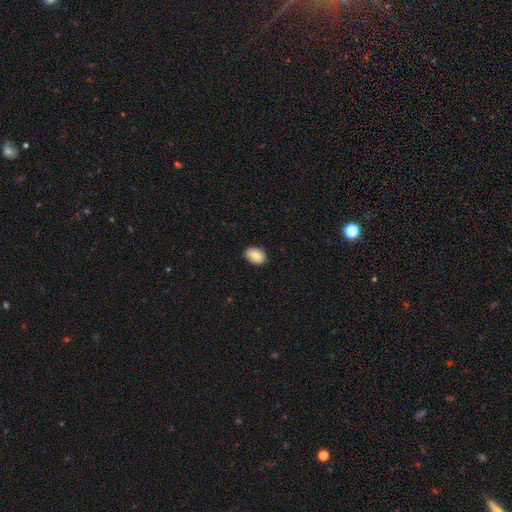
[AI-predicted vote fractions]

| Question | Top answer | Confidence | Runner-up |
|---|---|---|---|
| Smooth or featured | smooth | 85% | featured or disk (8%) |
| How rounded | in between | 79% | round (20%) |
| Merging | none | 87% | minor disturbance (10%) |